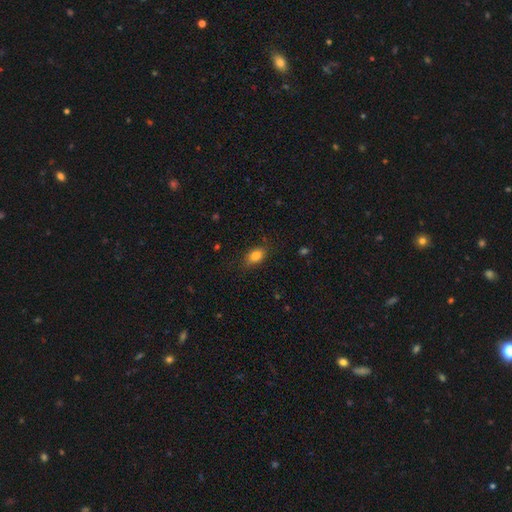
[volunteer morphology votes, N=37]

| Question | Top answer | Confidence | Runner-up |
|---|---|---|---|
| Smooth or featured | smooth | 86% | featured or disk (8%) |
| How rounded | in between | 78% | round (22%) |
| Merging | none | 89% | minor disturbance (9%) |